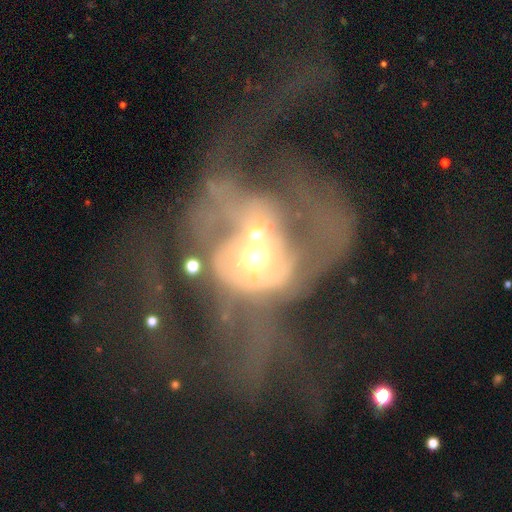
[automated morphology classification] Smooth or featured? Predicted: featured or disk (p=0.72). Edge-on disk? Predicted: no (p=0.97). Bar? Predicted: no (p=0.76). Spiral arms? Predicted: yes (p=0.54). Bulge size? Predicted: moderate (p=0.65). Merging? Predicted: major disturbance (p=0.42, tied with merger).